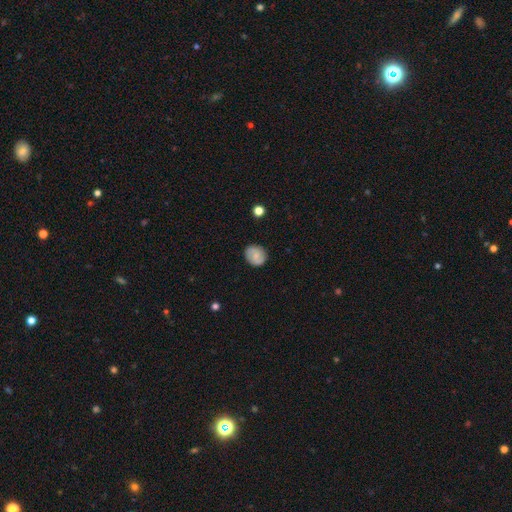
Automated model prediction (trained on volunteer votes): Overall: smooth (58%; featured or disk 34%). How rounded: round (69%; in between 30%). Merging: none (84%).